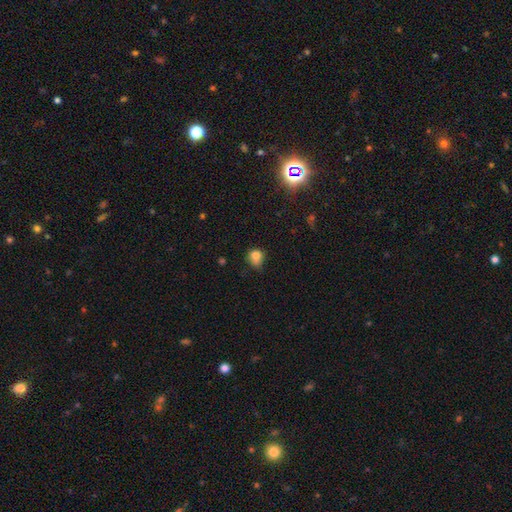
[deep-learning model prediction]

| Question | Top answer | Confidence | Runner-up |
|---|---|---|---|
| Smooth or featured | smooth | 78% | star or artifact (13%) |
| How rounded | round | 73% | in between (26%) |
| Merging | none | 49% | minor disturbance (34%) |